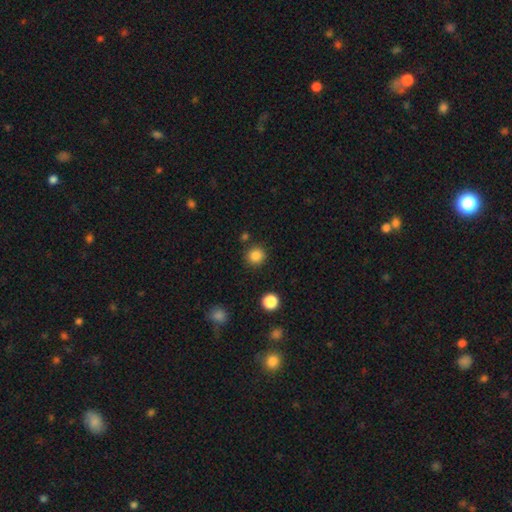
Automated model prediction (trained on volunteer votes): Overall: smooth (86%). How rounded: round (92%). Merging: none (87%).